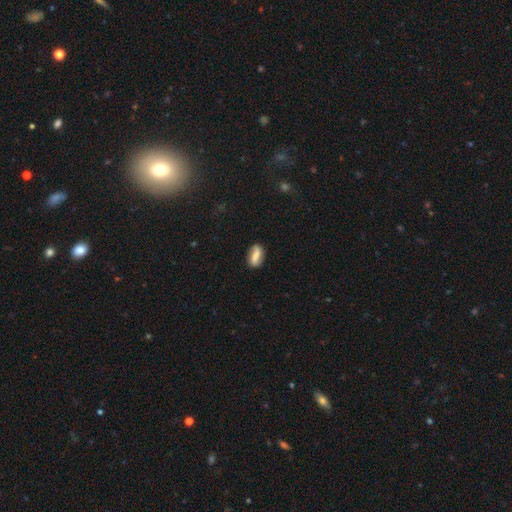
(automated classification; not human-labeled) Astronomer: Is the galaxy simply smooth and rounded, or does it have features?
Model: featured or disk — 46%, tied with smooth at 46%.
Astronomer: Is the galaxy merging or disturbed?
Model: none — 83%.